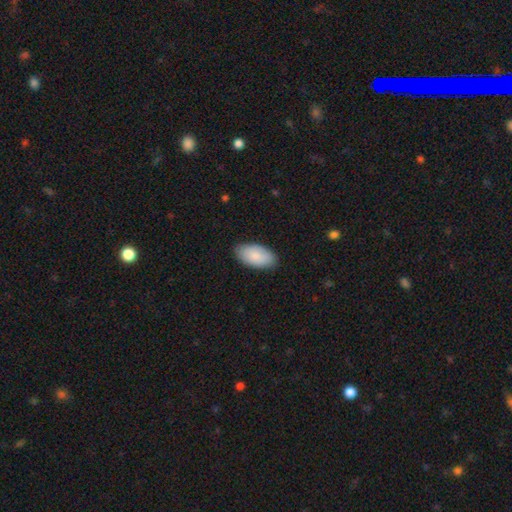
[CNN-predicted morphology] A smooth galaxy with no disk features (85%) that is in between round and cigar-shaped (96%). Merging: none (84%).